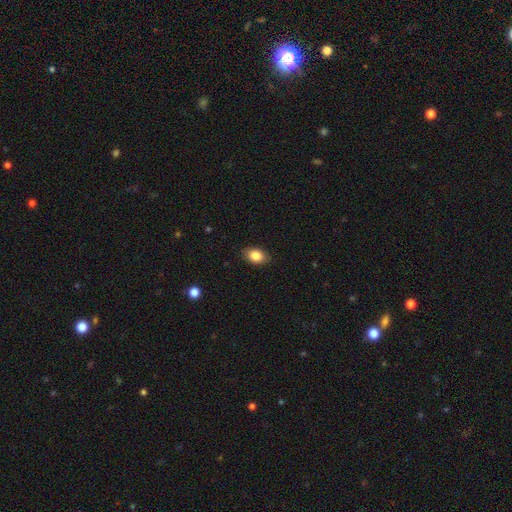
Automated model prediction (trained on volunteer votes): Morphology: type=smooth (85%); roundness=in between (80%); merging=none (87%).